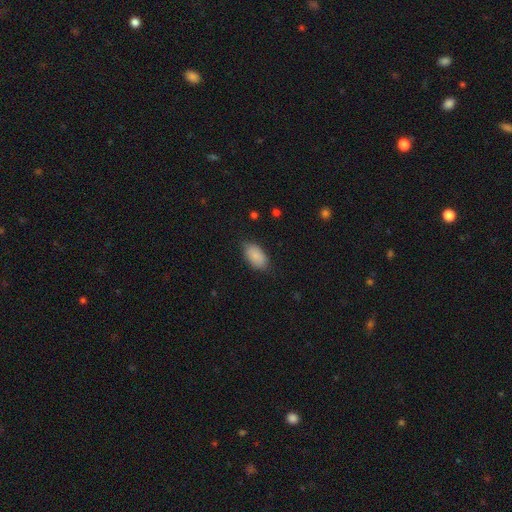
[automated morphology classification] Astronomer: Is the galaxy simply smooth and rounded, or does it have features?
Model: smooth — 86%.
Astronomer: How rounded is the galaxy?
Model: in between — 94%.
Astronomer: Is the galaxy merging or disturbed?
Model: none — 79%.